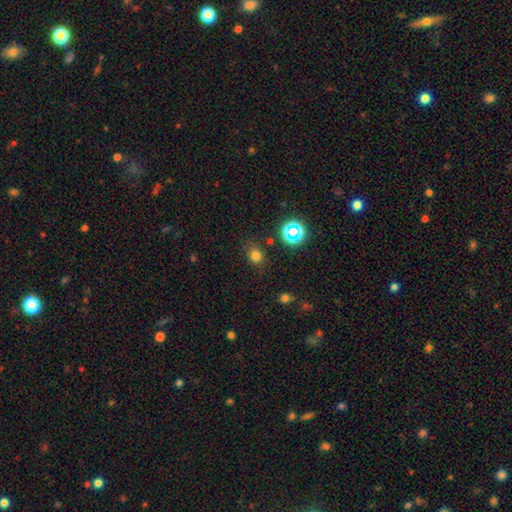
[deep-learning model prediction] Smooth or featured: smooth — 72% (star or artifact — 22%)
How rounded: round — 71% (in between — 28%)
Merging: none — 79% (minor disturbance — 14%)